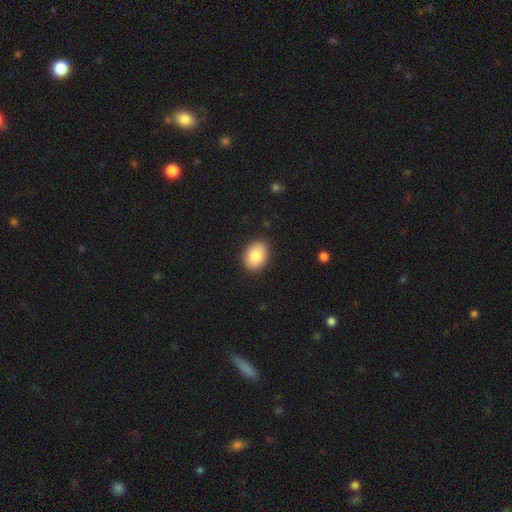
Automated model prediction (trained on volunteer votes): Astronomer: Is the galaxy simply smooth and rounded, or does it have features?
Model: smooth — 86%.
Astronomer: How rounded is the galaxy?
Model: in between — 68%.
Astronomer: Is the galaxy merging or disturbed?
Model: none — 90%.